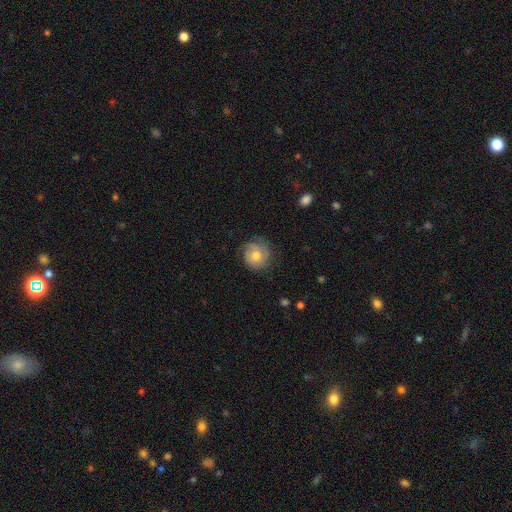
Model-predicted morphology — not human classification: This is possibly a featured or disk galaxy (51%). It is clearly not viewed edge-on (97%). Merging: likely none (71%).